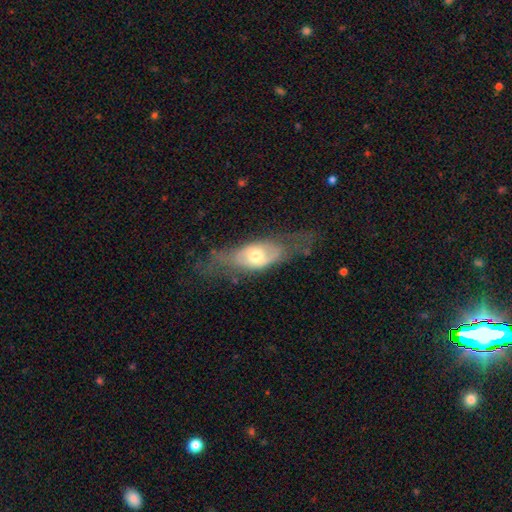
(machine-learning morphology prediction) Overall: featured or disk (58%; smooth 35%). Edge-on disk: no (79%). Merging: none (53%; minor disturbance 24%).